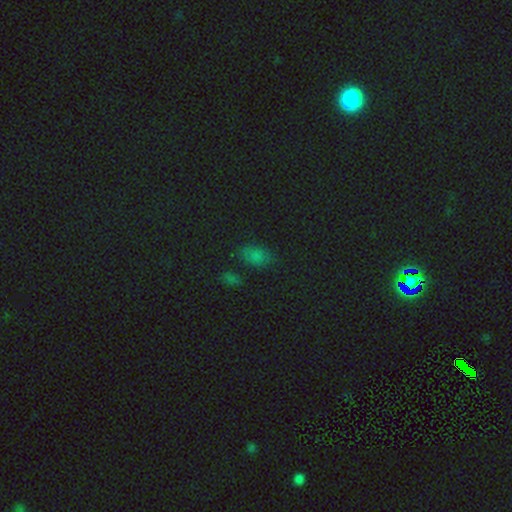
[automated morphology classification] Smooth or featured? Predicted: smooth (p=0.66). How rounded? Predicted: in between (p=0.85). Merging? Predicted: none (p=0.74).